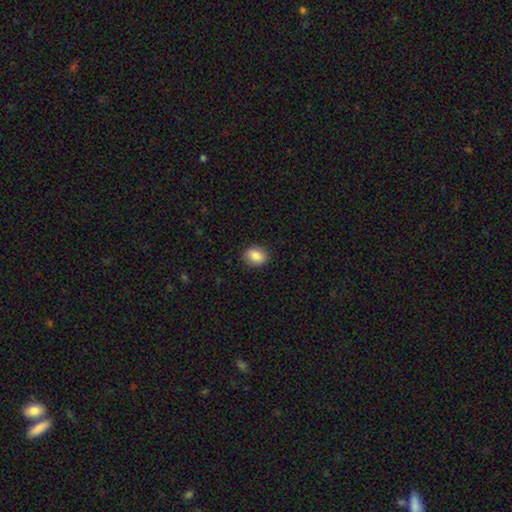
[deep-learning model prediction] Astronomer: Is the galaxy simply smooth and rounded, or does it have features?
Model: smooth — 85%.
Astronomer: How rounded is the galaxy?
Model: in between — 59% (runner-up: round, 40%).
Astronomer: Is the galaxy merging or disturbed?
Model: none — 87%.